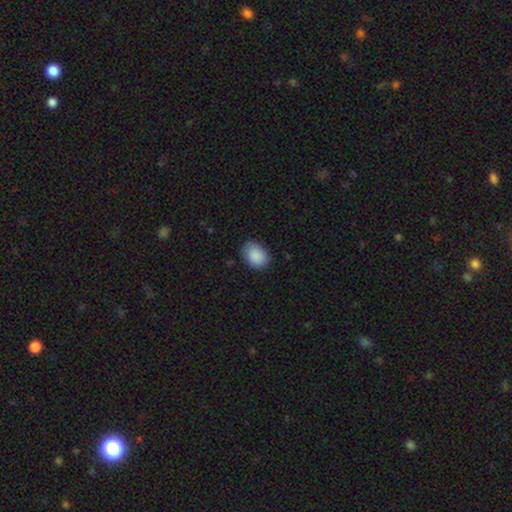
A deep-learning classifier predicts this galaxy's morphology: Smooth or featured?
  - smooth: 89% *
  - star or artifact: 7%
  - featured or disk: 4%
How rounded?
  - in between: 73% *
  - round: 26%
  - cigar-shaped: 1%
Merging?
  - none: 81% *
  - minor disturbance: 15%
  - major disturbance: 3%
  - merger: 1%